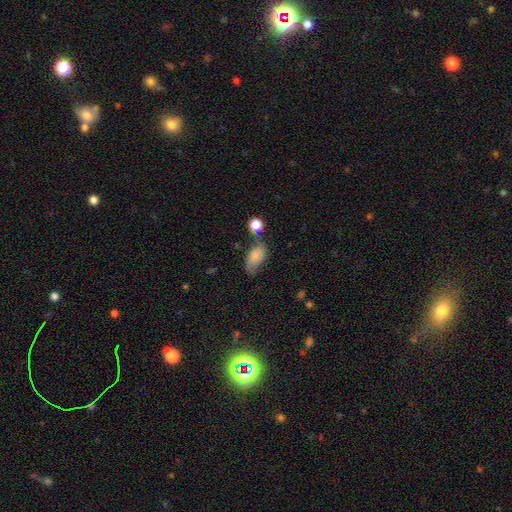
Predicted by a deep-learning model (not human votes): Q: Smooth or featured?
A: smooth (73%); runner-up: featured or disk (18%)
Q: How rounded?
A: in between (91%); runner-up: round (7%)
Q: Merging?
A: none (51%); runner-up: minor disturbance (28%)